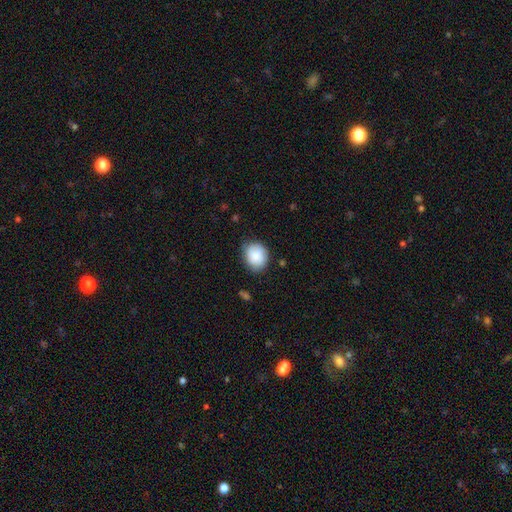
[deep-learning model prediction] Smooth or featured?
  - smooth: 84% *
  - featured or disk: 9%
  - star or artifact: 7%
How rounded?
  - round: 61% *
  - in between: 38%
  - cigar-shaped: 1%
Merging?
  - none: 73% *
  - minor disturbance: 21%
  - major disturbance: 4%
  - merger: 2%